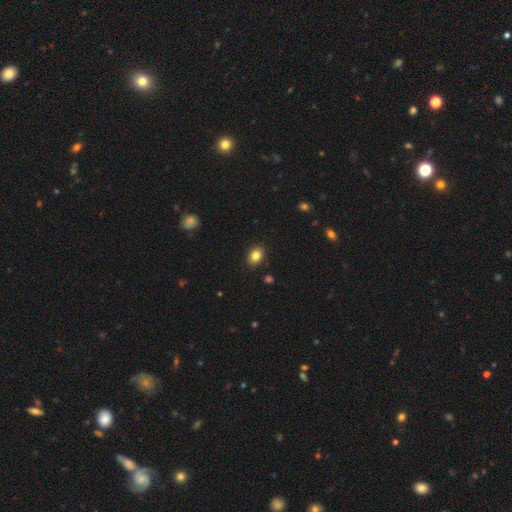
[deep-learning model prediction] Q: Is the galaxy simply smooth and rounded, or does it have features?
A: smooth — 84%.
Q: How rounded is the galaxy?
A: in between — 62%.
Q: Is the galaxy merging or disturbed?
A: none — 89%.